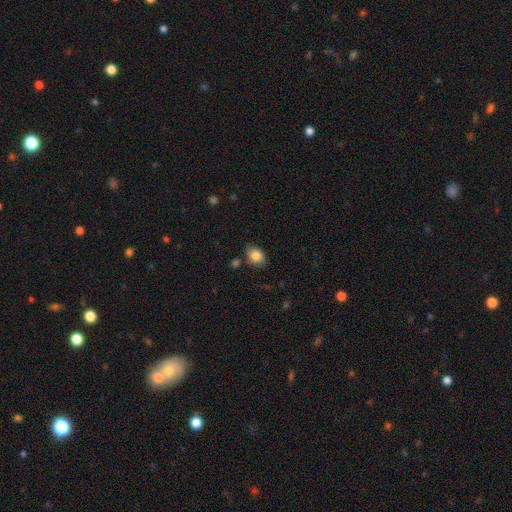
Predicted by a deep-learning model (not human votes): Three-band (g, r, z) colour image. It shows a smooth galaxy with no disk features (83%) that is in between round and cigar-shaped (67%). Merging: none (78%).